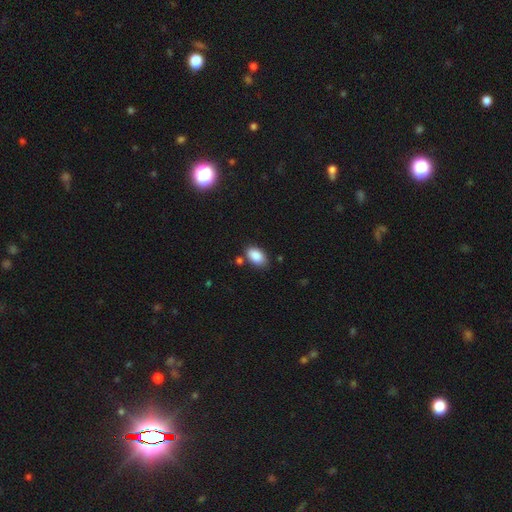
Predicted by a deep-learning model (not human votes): A smooth galaxy with no disk features (88%) that is in between round and cigar-shaped (92%). Merging: none (75%).